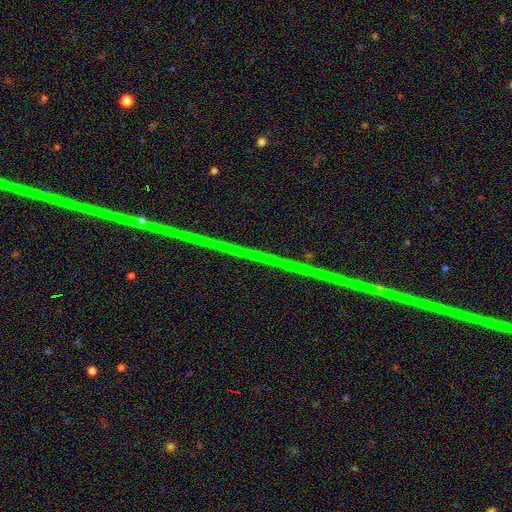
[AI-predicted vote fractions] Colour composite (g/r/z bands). It shows a star or artifact, not a galaxy (77%).